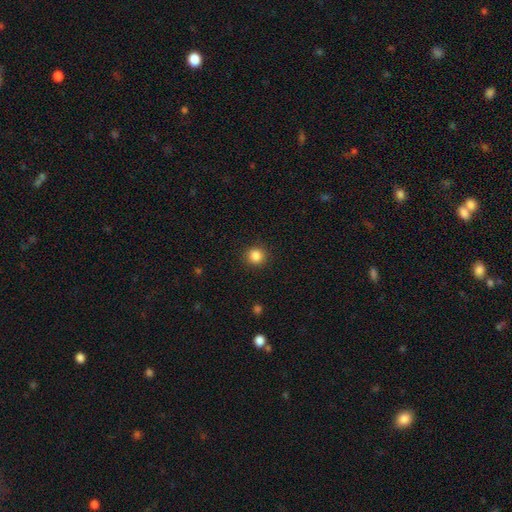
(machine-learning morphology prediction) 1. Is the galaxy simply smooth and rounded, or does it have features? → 85% smooth, 11% star or artifact, 4% featured or disk.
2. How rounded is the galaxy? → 93% round, 6% in between, 1% cigar-shaped.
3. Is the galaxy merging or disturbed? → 91% none, 6% minor disturbance, 2% major disturbance, 1% merger.